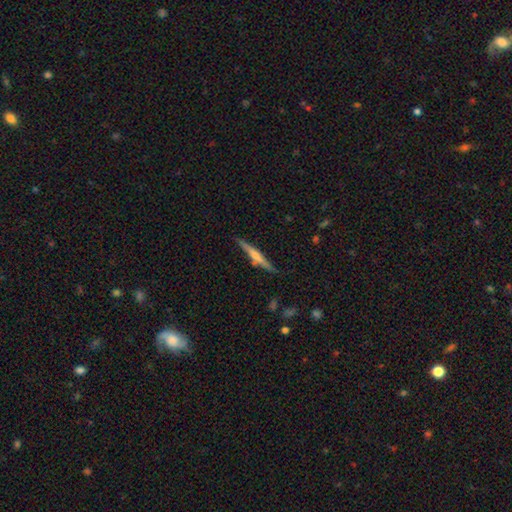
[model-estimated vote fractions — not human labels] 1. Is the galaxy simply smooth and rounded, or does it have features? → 57% featured or disk, 37% smooth, 6% star or artifact.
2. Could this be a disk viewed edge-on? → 97% yes, 3% no.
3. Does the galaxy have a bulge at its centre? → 60% rounded, 26% none, 14% boxy.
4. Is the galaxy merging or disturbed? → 83% none, 11% minor disturbance, 3% merger, 2% major disturbance.